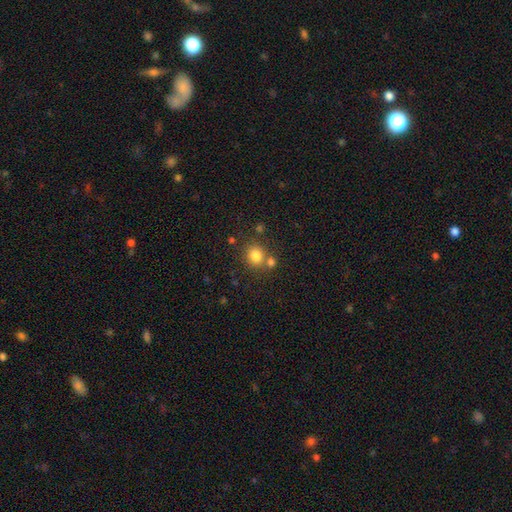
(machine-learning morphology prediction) Q: Smooth or featured?
A: smooth (81%); runner-up: star or artifact (12%)
Q: How rounded?
A: round (81%); runner-up: in between (18%)
Q: Merging?
A: none (67%); runner-up: merger (21%)